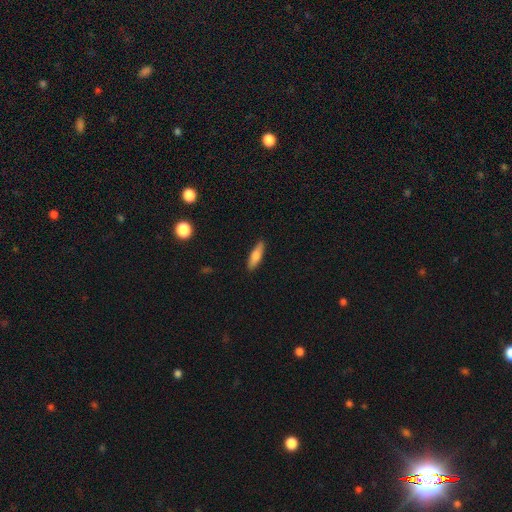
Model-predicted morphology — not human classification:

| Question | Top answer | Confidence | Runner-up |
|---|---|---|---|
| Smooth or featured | smooth | 68% | featured or disk (26%) |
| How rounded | cigar-shaped | 63% | in between (35%) |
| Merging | none | 89% | minor disturbance (8%) |